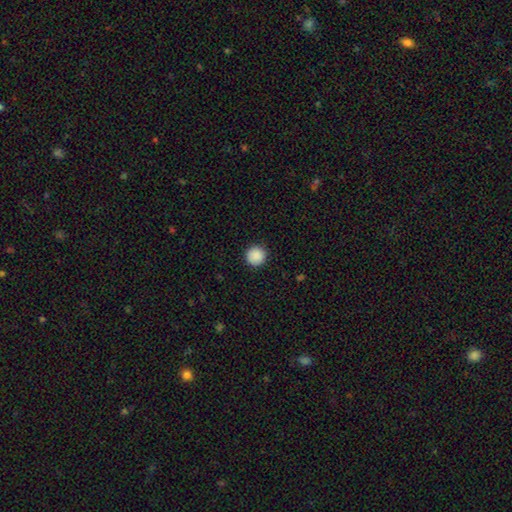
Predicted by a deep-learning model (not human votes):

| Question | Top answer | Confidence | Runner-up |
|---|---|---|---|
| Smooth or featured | smooth | 90% | star or artifact (8%) |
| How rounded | round | 96% | in between (3%) |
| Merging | none | 92% | minor disturbance (5%) |